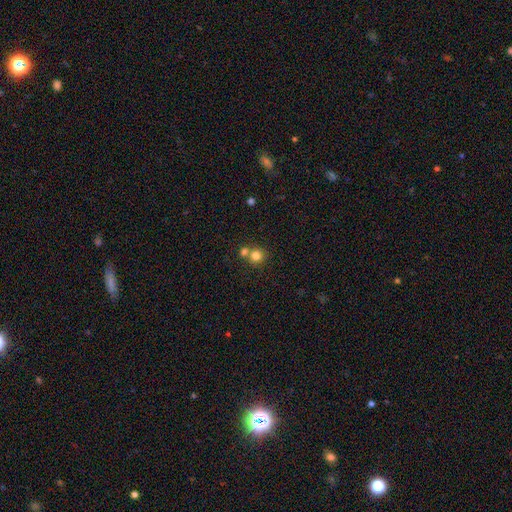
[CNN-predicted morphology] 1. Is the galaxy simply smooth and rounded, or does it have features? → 80% smooth, 12% star or artifact, 8% featured or disk.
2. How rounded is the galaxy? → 89% round, 10% in between, 1% cigar-shaped.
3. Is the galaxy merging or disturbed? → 53% none, 38% merger, 6% minor disturbance, 3% major disturbance.